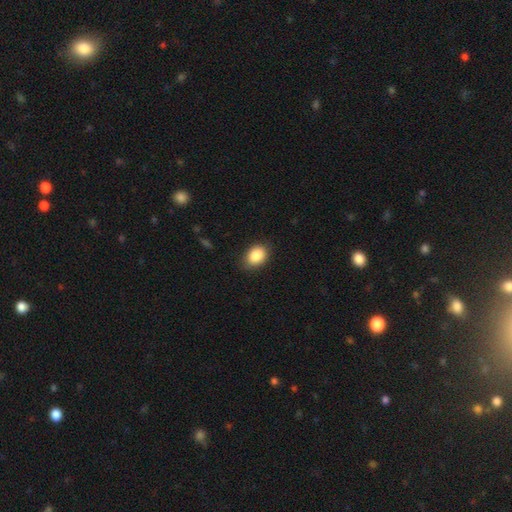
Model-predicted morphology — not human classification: smooth_or_featured: smooth (p=0.87) [alt: star or artifact p=0.08]
how_rounded: in between (p=0.70) [alt: round p=0.29]
merging: none (p=0.81) [alt: minor disturbance p=0.15]